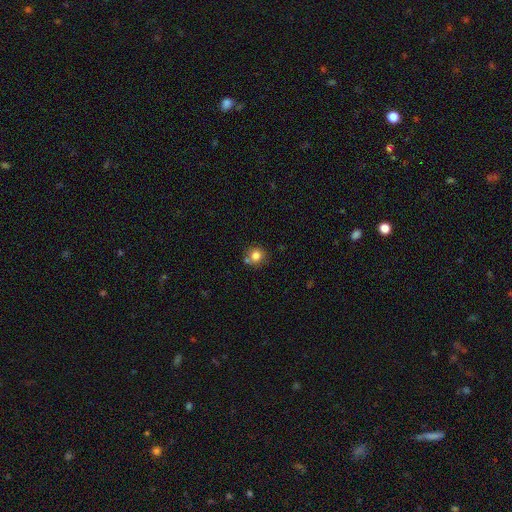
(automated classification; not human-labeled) smooth-or-featured: smooth: 81% | star or artifact: 11% | featured or disk: 8%
  how-rounded: round: 87% | in between: 12% | cigar-shaped: 1%
  merging: none: 67% | merger: 16% | minor disturbance: 13% | major disturbance: 4%